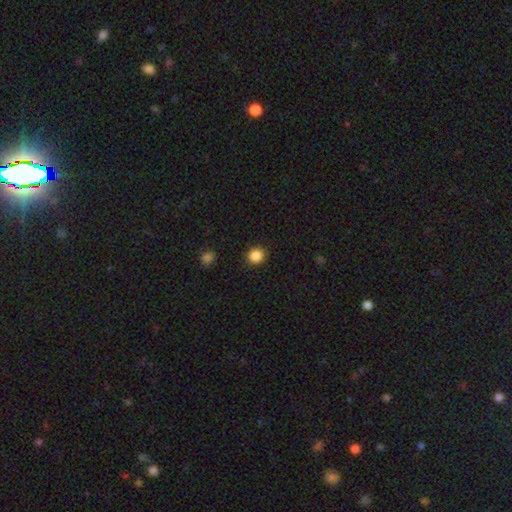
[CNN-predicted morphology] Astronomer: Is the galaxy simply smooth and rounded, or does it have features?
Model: smooth — 87%.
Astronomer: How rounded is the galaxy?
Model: round — 91%.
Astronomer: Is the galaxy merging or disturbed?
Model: none — 91%.